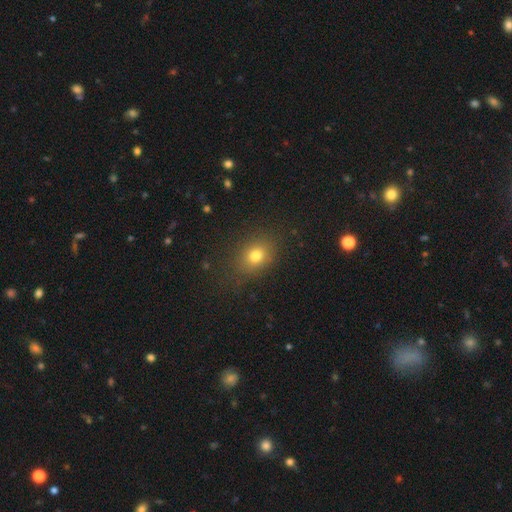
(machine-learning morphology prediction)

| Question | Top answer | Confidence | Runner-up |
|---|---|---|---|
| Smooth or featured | smooth | 77% | star or artifact (14%) |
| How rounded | in between | 56% | round (43%) |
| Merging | none | 81% | minor disturbance (13%) |